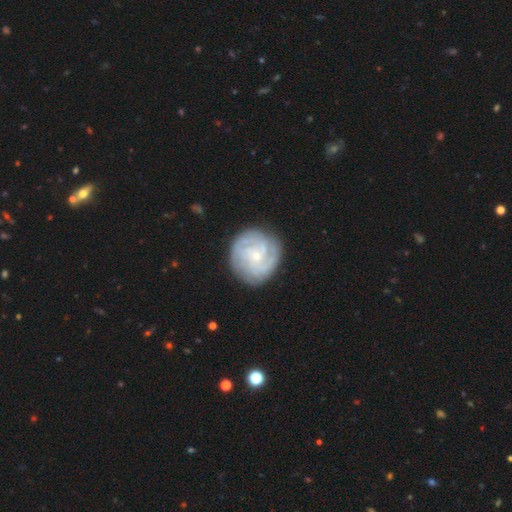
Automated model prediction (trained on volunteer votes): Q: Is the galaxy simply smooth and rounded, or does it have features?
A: featured or disk — 77%.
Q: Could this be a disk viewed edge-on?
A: no — 98%.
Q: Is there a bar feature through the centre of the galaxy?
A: no — 65%.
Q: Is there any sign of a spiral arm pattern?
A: yes — 93%.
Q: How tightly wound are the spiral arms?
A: tight — 64%.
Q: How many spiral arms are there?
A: can't tell — 33%.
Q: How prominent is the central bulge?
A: small — 76%.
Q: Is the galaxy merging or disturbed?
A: none — 82%.